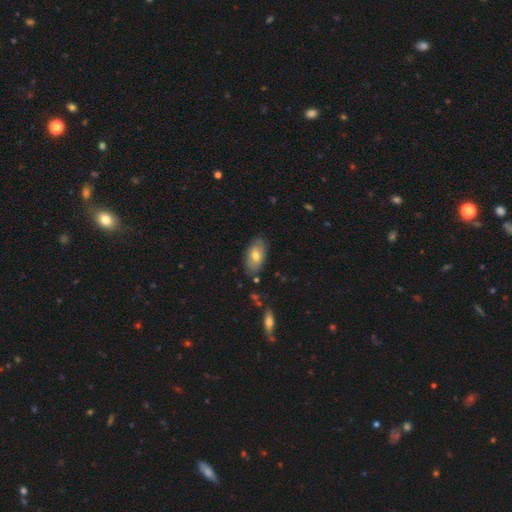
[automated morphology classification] Overall: smooth (65%; featured or disk 28%). How rounded: in between (93%). Merging: none (81%).